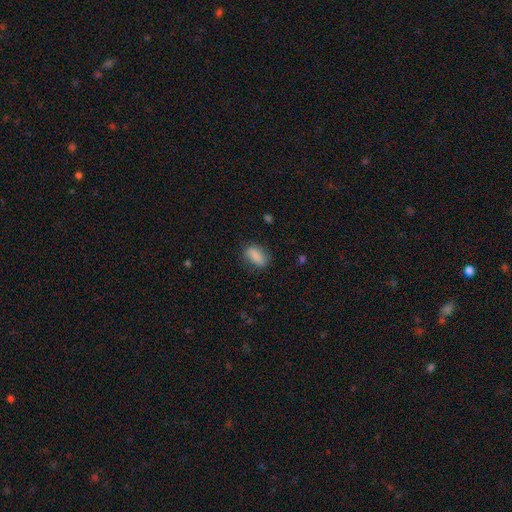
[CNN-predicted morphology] smooth-or-featured: smooth: 86% | star or artifact: 8% | featured or disk: 7%
  how-rounded: in between: 86% | cigar-shaped: 7% | round: 7%
  merging: none: 76% | minor disturbance: 17% | major disturbance: 5% | merger: 1%